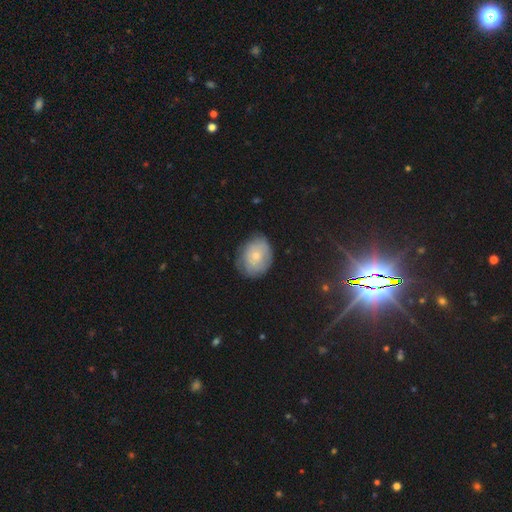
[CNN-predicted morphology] smooth_or_featured: smooth (p=0.60) [alt: featured or disk p=0.31]
how_rounded: in between (p=0.59) [alt: round p=0.40]
merging: none (p=0.71) [alt: minor disturbance p=0.22]